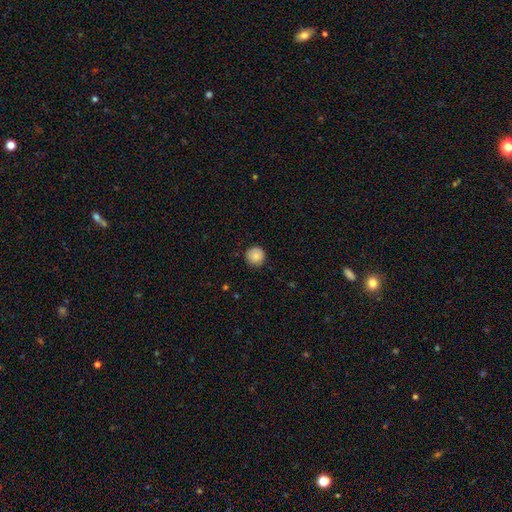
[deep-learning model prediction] Smooth or featured? Predicted: smooth (p=0.87). How rounded? Predicted: round (p=0.95). Merging? Predicted: none (p=0.89).